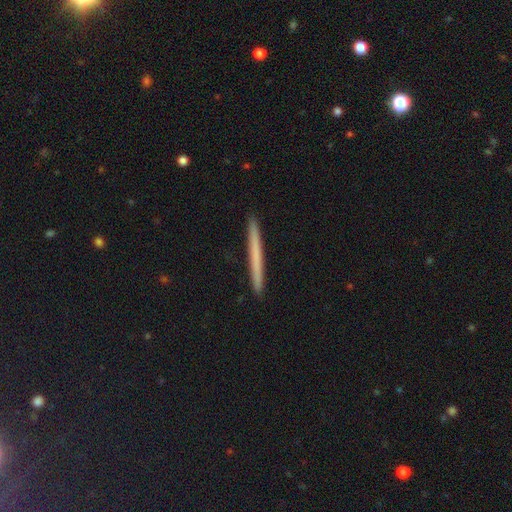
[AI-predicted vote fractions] Smooth or featured: smooth — 59% (featured or disk — 36%)
How rounded: cigar-shaped — 98% (in between — 1%)
Merging: none — 93% (minor disturbance — 5%)